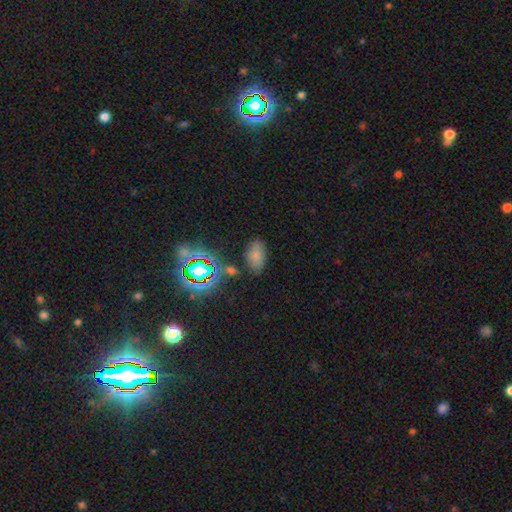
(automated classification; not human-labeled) Smooth or featured? smooth (70%)
How rounded? in between (91%)
Merging? none (75%)